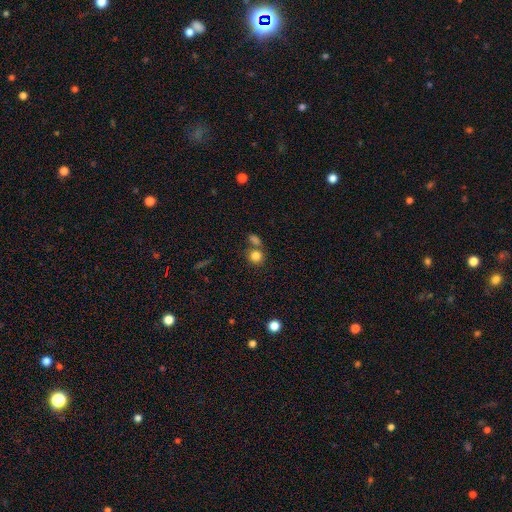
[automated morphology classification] type=smooth (82%); roundness=round (85%); merging=none (58%).